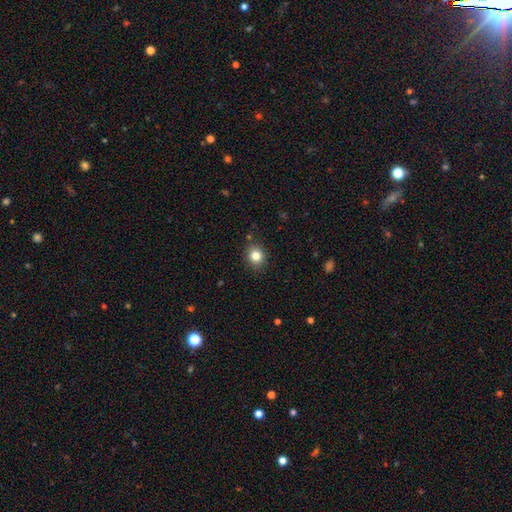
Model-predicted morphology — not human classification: Overall: smooth (82%). How rounded: round (76%). Merging: none (87%).